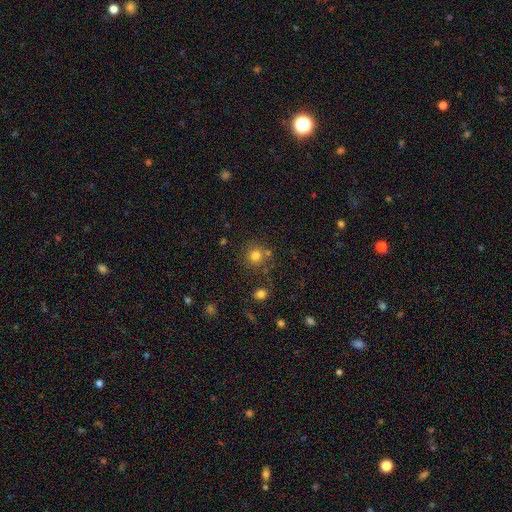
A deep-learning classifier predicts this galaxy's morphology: This is likely a smooth galaxy (78%). How rounded: clearly round (91%). Merging: likely none (73%).